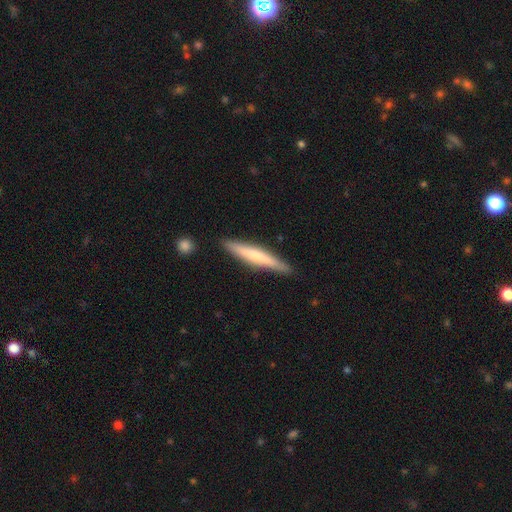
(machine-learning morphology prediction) Smooth or featured?
  - smooth: 53% *
  - featured or disk: 42%
  - star or artifact: 5%
How rounded?
  - cigar-shaped: 94% *
  - in between: 5%
  - round: 1%
Merging?
  - none: 90% *
  - minor disturbance: 8%
  - major disturbance: 1%
  - merger: 1%